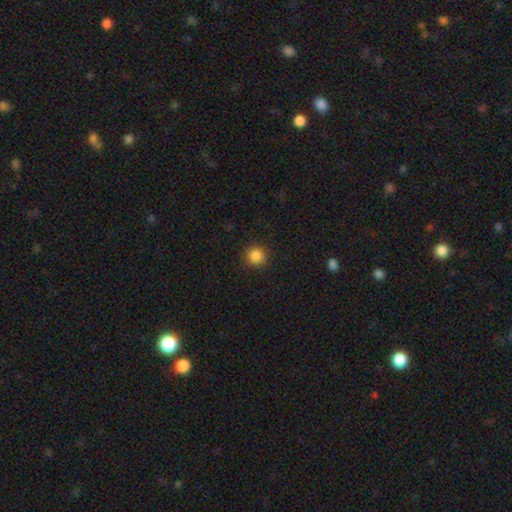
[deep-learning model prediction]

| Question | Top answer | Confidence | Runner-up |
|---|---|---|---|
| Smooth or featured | smooth | 85% | star or artifact (11%) |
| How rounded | round | 93% | in between (6%) |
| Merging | none | 90% | minor disturbance (7%) |